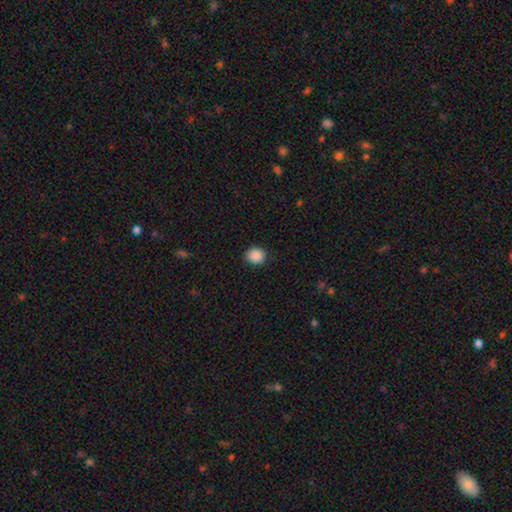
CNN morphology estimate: This appears to be a smooth galaxy with no disk features (88%) that is round (79%). Merging: none (87%).